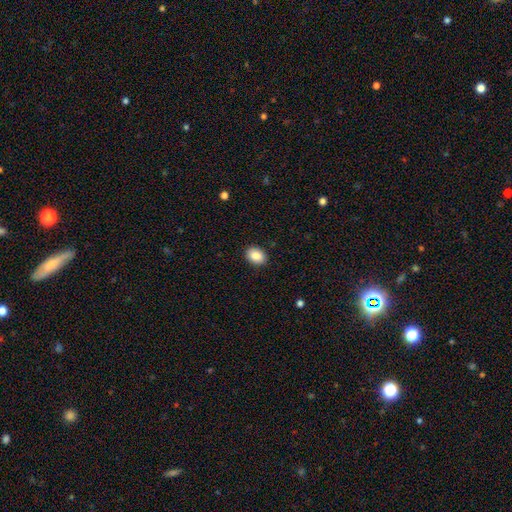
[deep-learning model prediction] Morphology: type=smooth (87%); roundness=in between (71%); merging=none (90%).